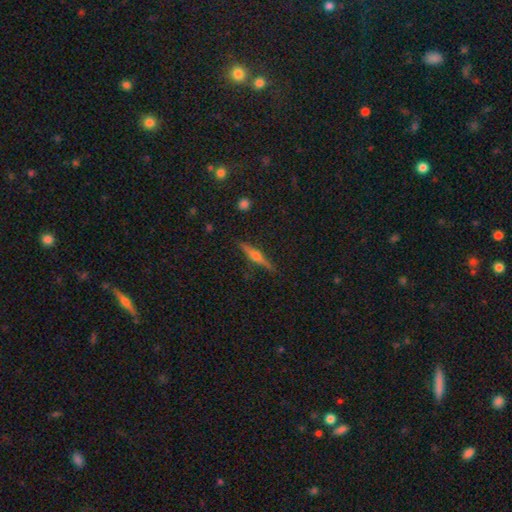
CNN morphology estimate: Q: Smooth or featured?
A: featured or disk (67%); runner-up: smooth (25%)
Q: Edge-on disk?
A: yes (97%); runner-up: no (3%)
Q: Edge-on bulge?
A: rounded (89%); runner-up: boxy (6%)
Q: Merging?
A: none (89%); runner-up: minor disturbance (8%)